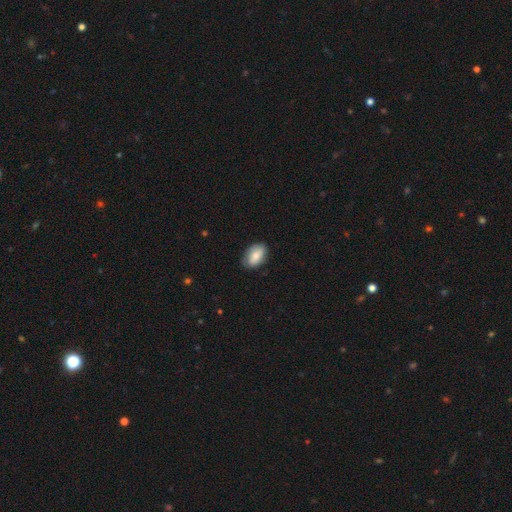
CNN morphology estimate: Q: Smooth or featured?
A: smooth (77%); runner-up: featured or disk (17%)
Q: How rounded?
A: in between (91%); runner-up: round (8%)
Q: Merging?
A: none (77%); runner-up: minor disturbance (19%)